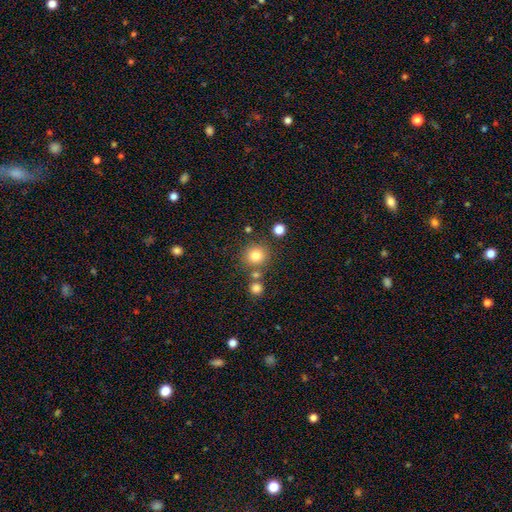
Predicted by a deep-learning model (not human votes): smooth 81%, star or artifact 12%, featured or disk 7%. Down the decision tree: how rounded — round (90%); merging — none (76%).